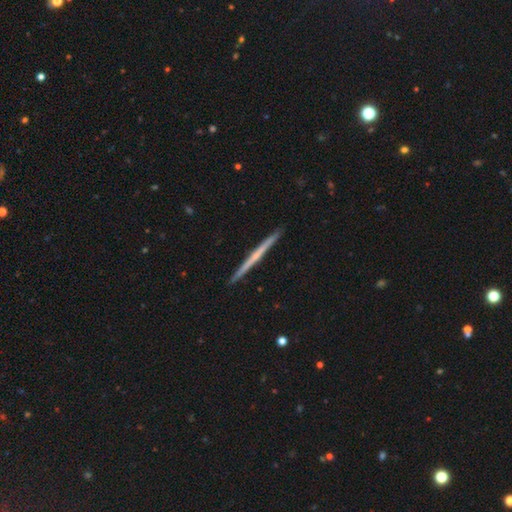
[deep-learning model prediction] featured or disk 63%, smooth 32%, star or artifact 5%. Down the decision tree: edge-on disk — yes (98%); edge-on bulge — none (75%); merging — none (93%).